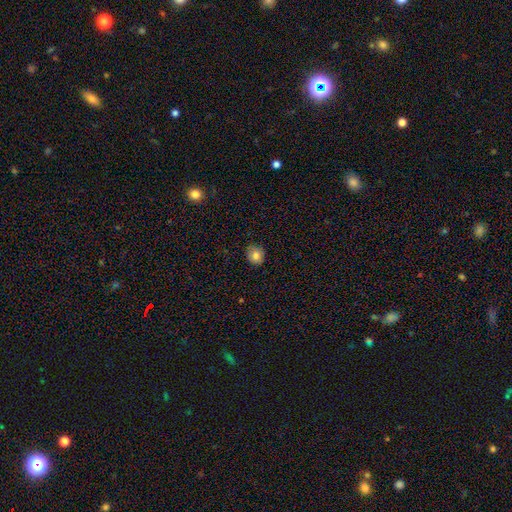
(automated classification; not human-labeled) Morphology: type=smooth (80%); roundness=round (80%); merging=none (86%).